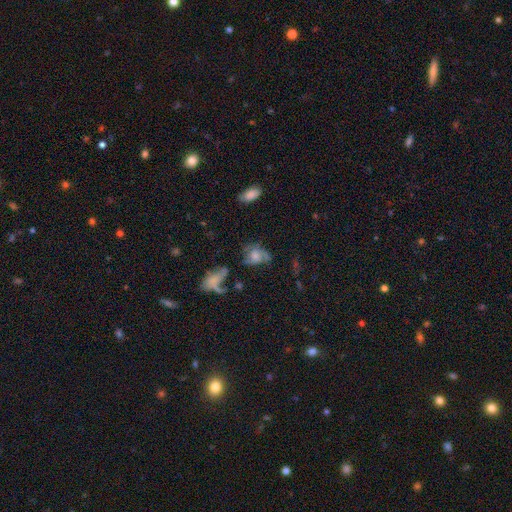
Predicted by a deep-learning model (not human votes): Overall: featured or disk (46%; smooth 42%). Merging: none (39%; major disturbance 26%).